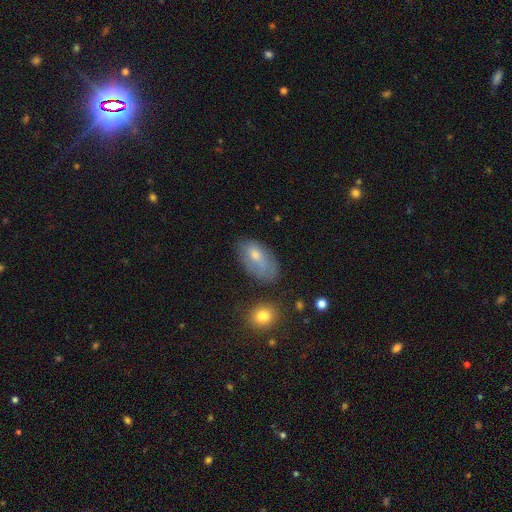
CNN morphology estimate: Smooth or featured?
  - smooth: 59% *
  - featured or disk: 31%
  - star or artifact: 10%
How rounded?
  - in between: 91% *
  - round: 5%
  - cigar-shaped: 4%
Merging?
  - none: 56% *
  - minor disturbance: 29%
  - major disturbance: 11%
  - merger: 4%